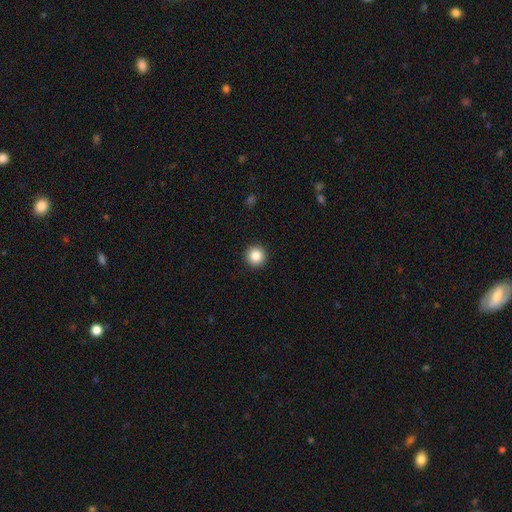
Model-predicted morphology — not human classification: A smooth galaxy with no disk features (86%) that is round (96%).

Vote fractions:
- Smooth or featured? smooth: 86% / star or artifact: 10% / featured or disk: 4%
- How rounded? round: 96% / in between: 3% / cigar-shaped: 1%
- Merging? none: 93% / minor disturbance: 4% / major disturbance: 2% / merger: 1%